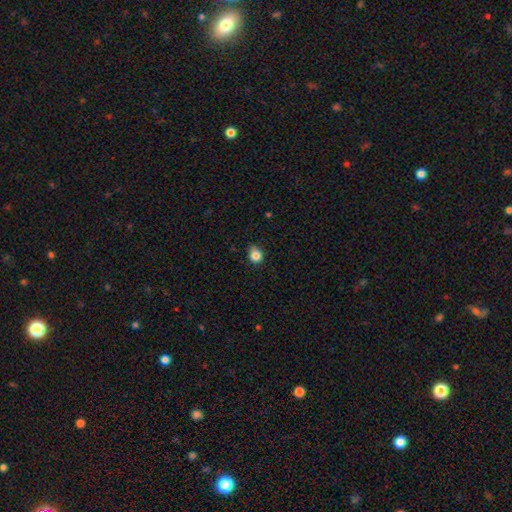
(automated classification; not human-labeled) A smooth galaxy with no disk features (84%) that is round (70%).

Vote fractions:
- Smooth or featured? smooth: 84% / star or artifact: 11% / featured or disk: 5%
- How rounded? round: 70% / in between: 29% / cigar-shaped: 1%
- Merging? none: 66% / minor disturbance: 28% / major disturbance: 4% / merger: 1%